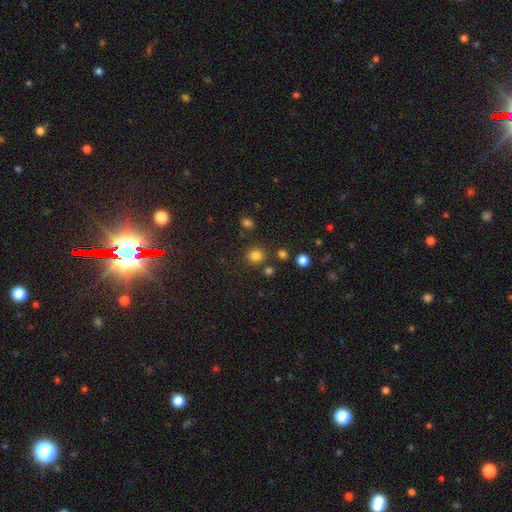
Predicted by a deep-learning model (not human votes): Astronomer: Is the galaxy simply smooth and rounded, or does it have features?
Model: smooth — 81%.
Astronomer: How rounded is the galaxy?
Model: round — 87%.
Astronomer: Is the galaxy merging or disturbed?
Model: none — 83%.